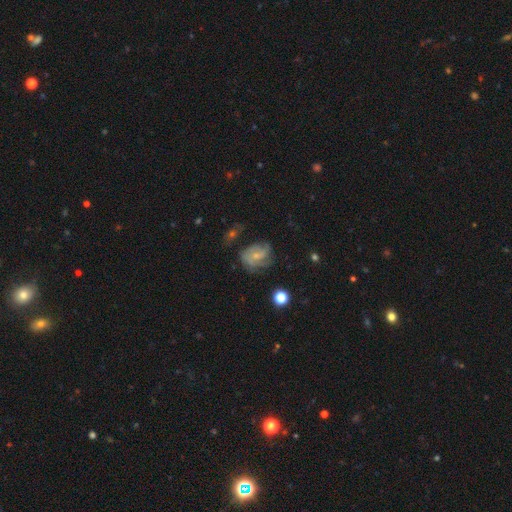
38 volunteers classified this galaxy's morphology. Smooth or featured? 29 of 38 (76%) said featured or disk. Edge-on disk? 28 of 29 (97%) said no. Bar? 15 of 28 (54%) said no. Spiral arms? 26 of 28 (93%) said yes. Spiral winding? 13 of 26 (50%) said medium. Spiral arm count? 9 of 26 (35%) said can't tell. Bulge size? 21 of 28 (75%) said small. Merging? 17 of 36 (47%) said none.